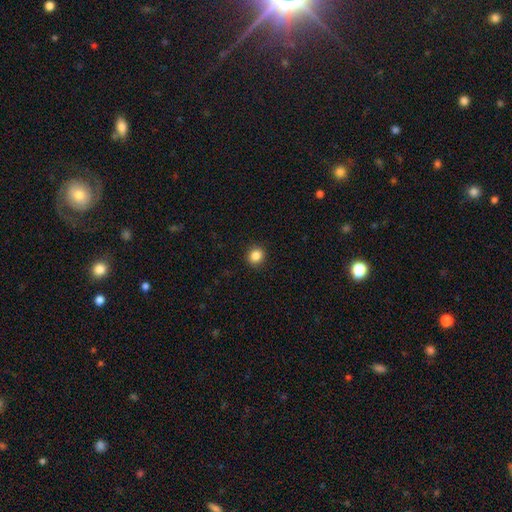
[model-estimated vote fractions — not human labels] Q: Smooth or featured?
A: smooth (86%); runner-up: star or artifact (10%)
Q: How rounded?
A: round (82%); runner-up: in between (18%)
Q: Merging?
A: none (92%); runner-up: minor disturbance (6%)